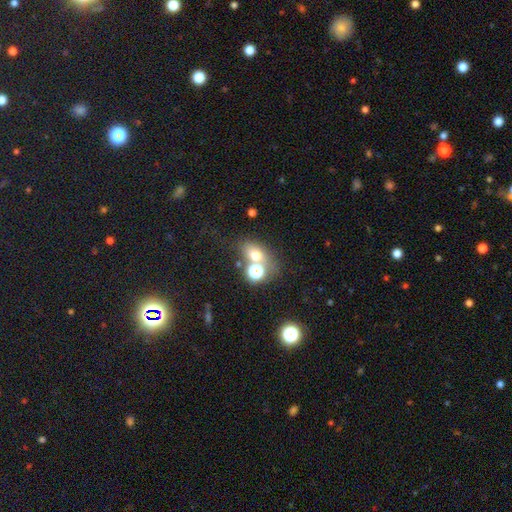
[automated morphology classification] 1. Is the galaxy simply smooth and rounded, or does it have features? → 60% smooth, 25% star or artifact, 15% featured or disk.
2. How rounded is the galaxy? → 53% in between, 45% round, 2% cigar-shaped.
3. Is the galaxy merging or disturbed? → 55% none, 27% merger, 11% minor disturbance, 7% major disturbance.